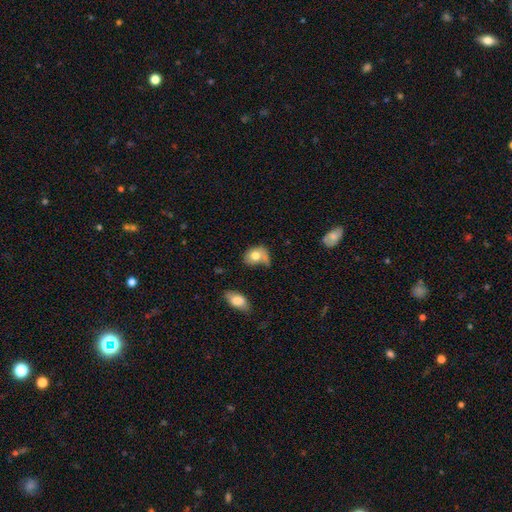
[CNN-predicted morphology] smooth-or-featured: smooth: 70% | featured or disk: 22% | star or artifact: 8%
  how-rounded: in between: 56% | round: 43% | cigar-shaped: 1%
  merging: minor disturbance: 33% | none: 32% | major disturbance: 26% | merger: 9%